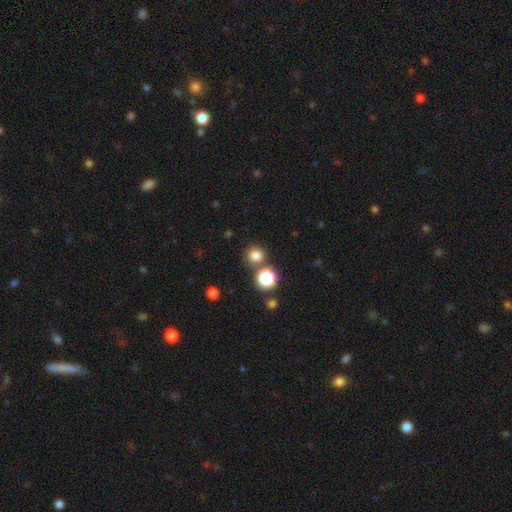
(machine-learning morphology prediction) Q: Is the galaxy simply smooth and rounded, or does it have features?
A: smooth — 77%.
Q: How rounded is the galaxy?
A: round — 89%.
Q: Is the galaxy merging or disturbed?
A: none — 80%.